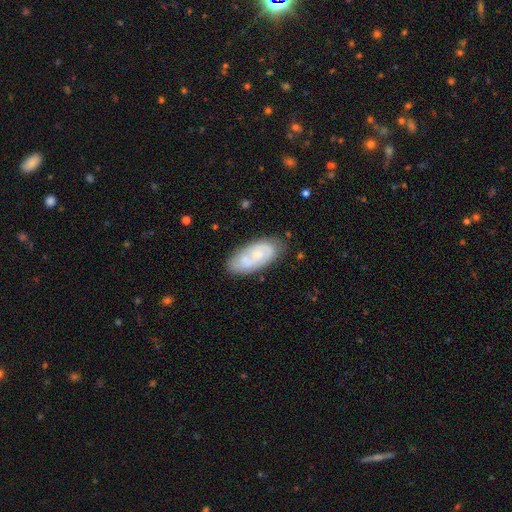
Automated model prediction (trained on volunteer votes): smooth_or_featured: featured or disk (p=0.63) [alt: smooth p=0.31]
disk_edge_on: no (p=0.94) [alt: yes p=0.06]
bar: no (p=0.61) [alt: weak p=0.33]
has_spiral_arms: yes (p=0.86) [alt: no p=0.14]
spiral_winding: tight (p=0.43) [alt: medium p=0.41]
spiral_arm_count: 2 (p=0.66) [alt: can't tell p=0.22]
bulge_size: small (p=0.55) [alt: moderate p=0.27]
merging: none (p=0.77) [alt: minor disturbance p=0.16]